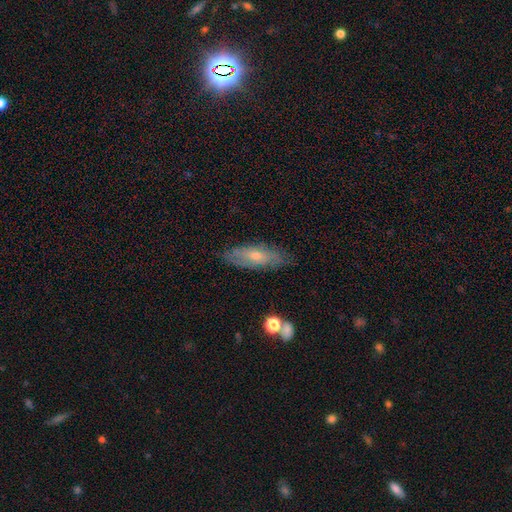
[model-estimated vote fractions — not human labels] Smooth or featured?
  - featured or disk: 49% *
  - smooth: 43%
  - star or artifact: 8%
Merging?
  - none: 80% *
  - minor disturbance: 15%
  - major disturbance: 3%
  - merger: 2%